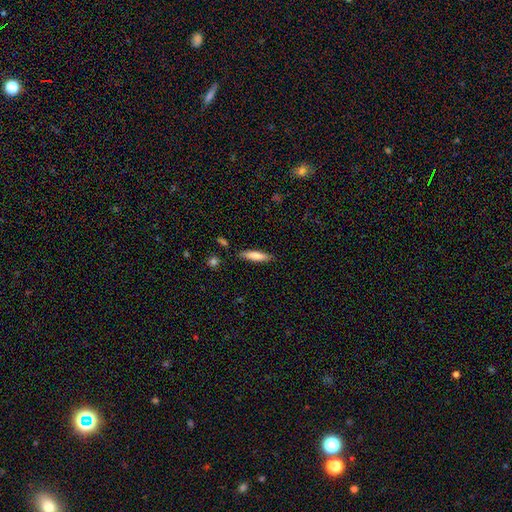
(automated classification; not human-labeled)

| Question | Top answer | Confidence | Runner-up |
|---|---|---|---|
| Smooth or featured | smooth | 78% | featured or disk (16%) |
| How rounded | cigar-shaped | 76% | in between (22%) |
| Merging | none | 85% | minor disturbance (11%) |